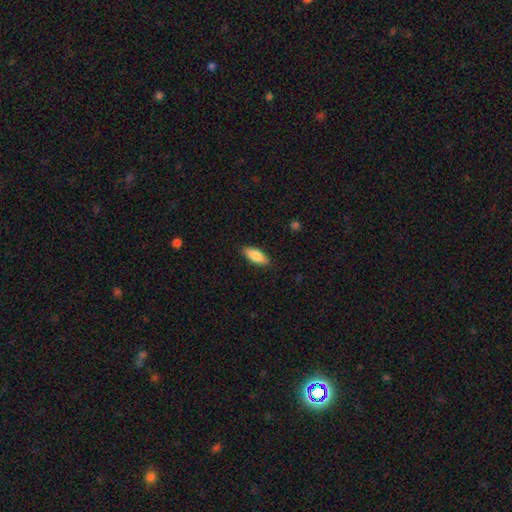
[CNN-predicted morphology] This appears to be a smooth galaxy with no disk features (85%) that is in between round and cigar-shaped (75%). Merging: none (88%).